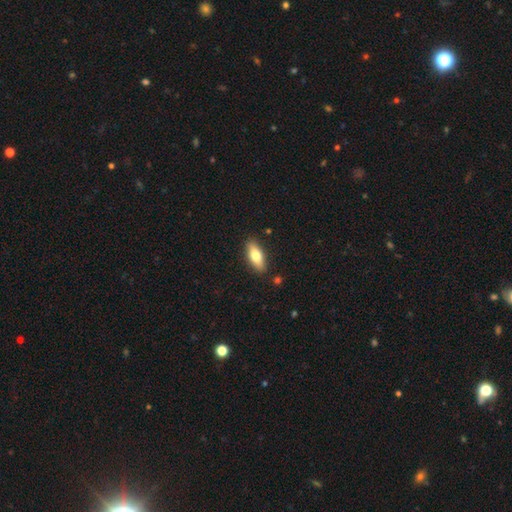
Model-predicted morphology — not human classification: Smooth or featured? Predicted: smooth (p=0.71). How rounded? Predicted: in between (p=0.72). Merging? Predicted: none (p=0.87).